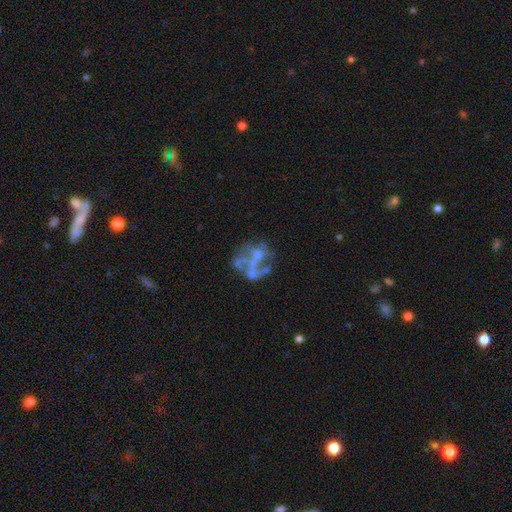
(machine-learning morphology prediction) This is likely a featured or disk galaxy (70%). It is clearly not viewed edge-on (98%). Bar: clearly no (87%). Spiral arm pattern: clearly no (87%). Central bulge: likely none (60%). Merging: marginally none (41%).